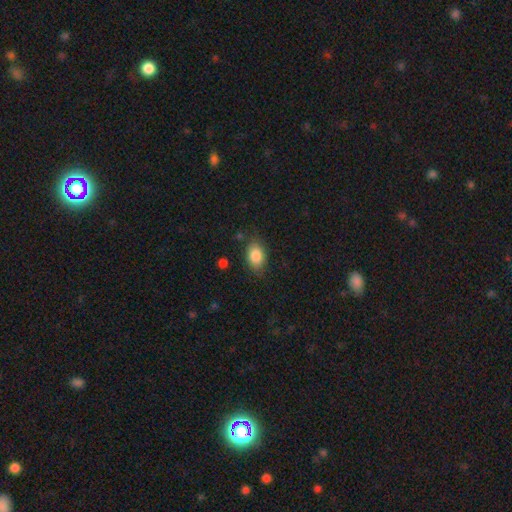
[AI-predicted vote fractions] The model was most divided on "merging": none: 75%, minor disturbance: 19%, major disturbance: 4%, merger: 2%. More confident: smooth or featured — smooth (84%); how rounded — in between (84%).